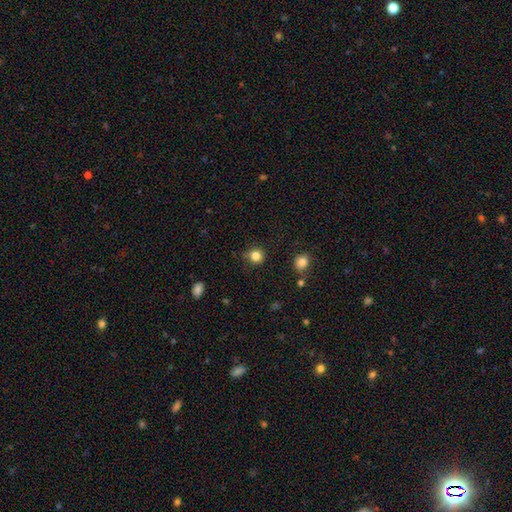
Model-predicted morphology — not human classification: Smooth or featured? smooth (84%)
How rounded? round (89%)
Merging? none (82%)